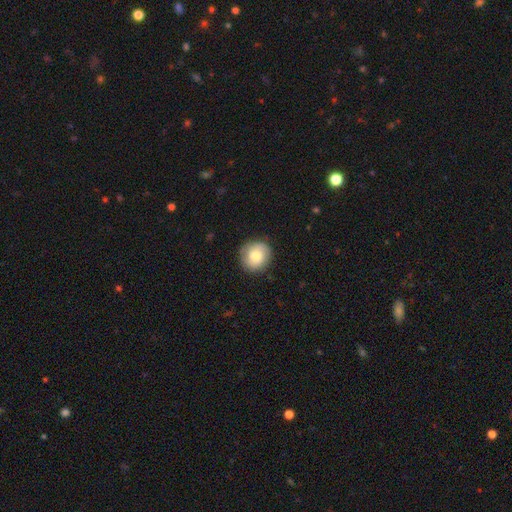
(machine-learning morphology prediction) A smooth galaxy with no disk features (66%) that is round (89%).

Vote fractions:
- Smooth or featured? smooth: 66% / featured or disk: 27% / star or artifact: 8%
- How rounded? round: 89% / in between: 11% / cigar-shaped: 1%
- Merging? none: 83% / minor disturbance: 12% / major disturbance: 3% / merger: 1%